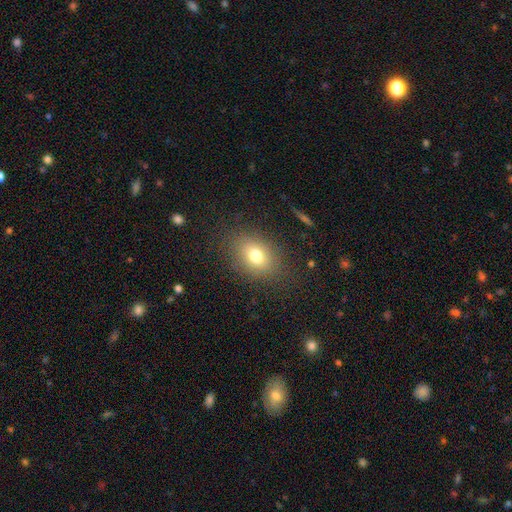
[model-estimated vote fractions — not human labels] Overall: smooth (74%). How rounded: in between (64%; round 35%). Merging: none (82%).